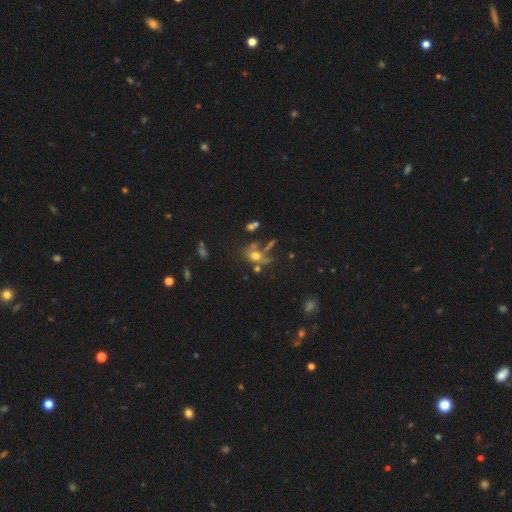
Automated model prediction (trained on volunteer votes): Smooth or featured? Predicted: smooth (p=0.56). How rounded? Predicted: round (p=0.48, tied with in between). Merging? Predicted: none (p=0.40).